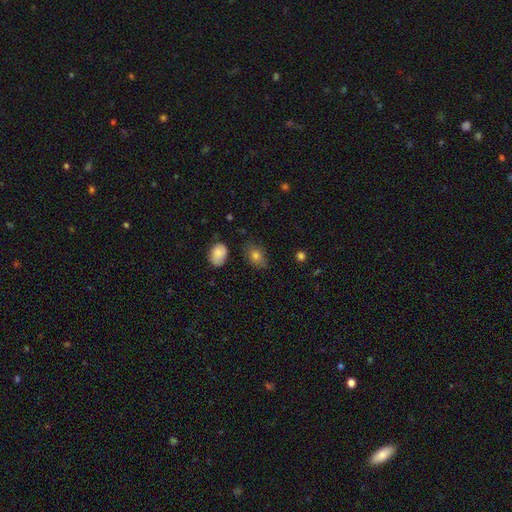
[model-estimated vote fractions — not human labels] A smooth galaxy with no disk features (80%) that is in between round and cigar-shaped (78%).

Vote fractions:
- Smooth or featured? smooth: 80% / featured or disk: 11% / star or artifact: 10%
- How rounded? in between: 78% / round: 21% / cigar-shaped: 2%
- Merging? none: 74% / minor disturbance: 19% / major disturbance: 4% / merger: 2%